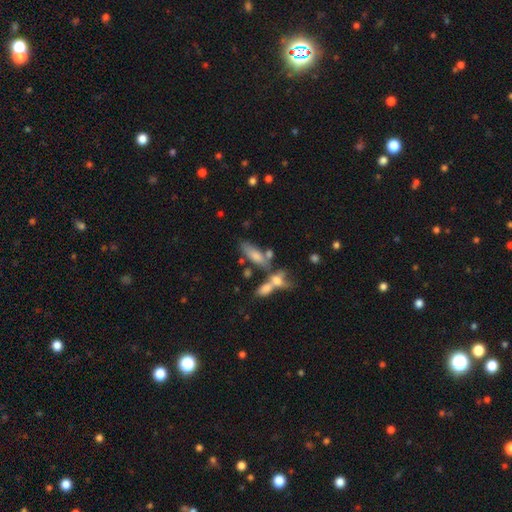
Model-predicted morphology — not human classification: smooth_or_featured: smooth (p=0.69) [alt: featured or disk p=0.22]
how_rounded: in between (p=0.67) [alt: cigar-shaped p=0.30]
merging: none (p=0.39) [alt: merger p=0.38]